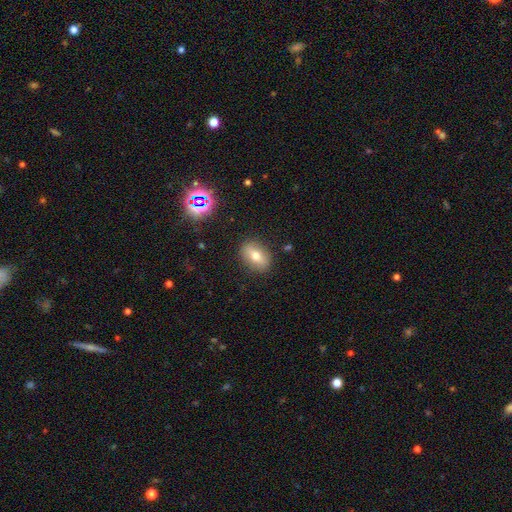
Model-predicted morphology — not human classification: A smooth galaxy with no disk features (64%) that is in between round and cigar-shaped (77%). Merging: none (86%).